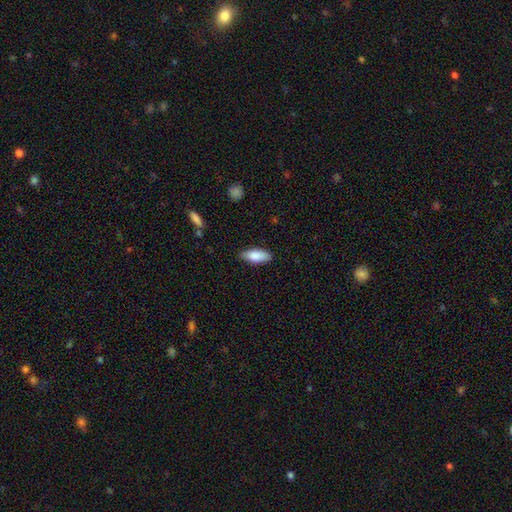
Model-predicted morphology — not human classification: Smooth or featured? Predicted: smooth (p=0.82). How rounded? Predicted: in between (p=0.80). Merging? Predicted: none (p=0.84).